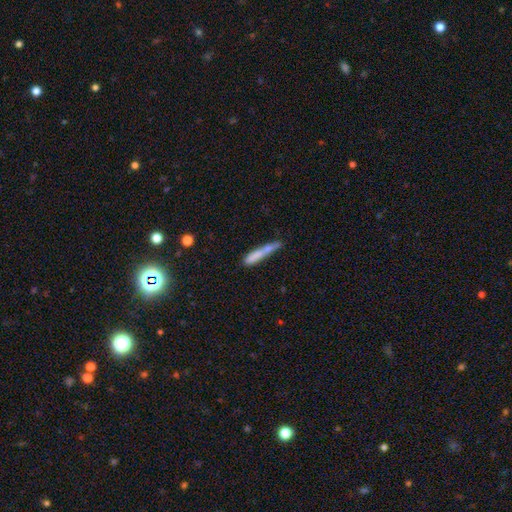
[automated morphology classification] A smooth galaxy with no disk features (72%) that is cigar-shaped (92%). Merging: none (56%).